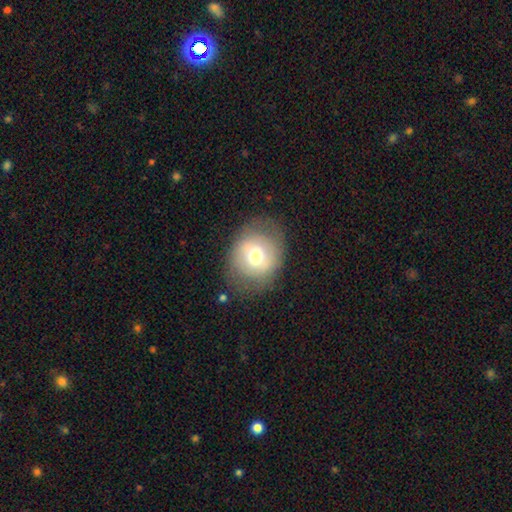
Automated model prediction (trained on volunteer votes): This is likely a smooth galaxy (63%). How rounded: likely round (64%). Merging: likely none (73%).